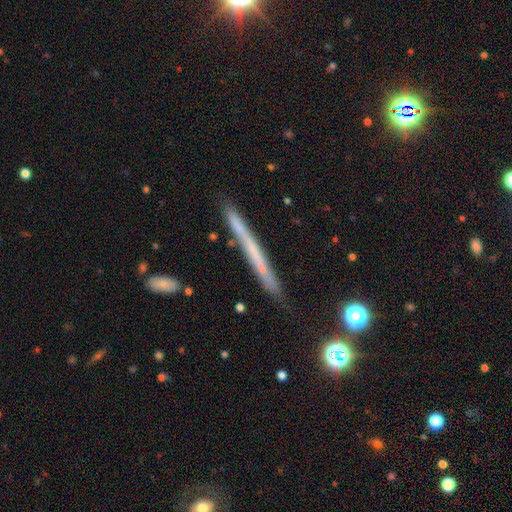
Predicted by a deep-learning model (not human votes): smooth-or-featured: featured or disk: 51% | smooth: 42% | star or artifact: 7%
  disk-edge-on: yes: 94% | no: 6%
  merging: none: 79% | minor disturbance: 14% | merger: 4% | major disturbance: 3%